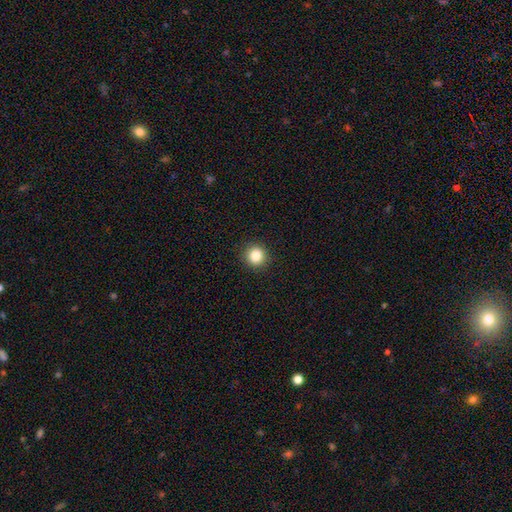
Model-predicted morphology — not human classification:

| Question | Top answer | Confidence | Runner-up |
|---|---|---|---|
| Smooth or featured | smooth | 85% | star or artifact (11%) |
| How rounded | round | 93% | in between (6%) |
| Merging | none | 92% | minor disturbance (5%) |